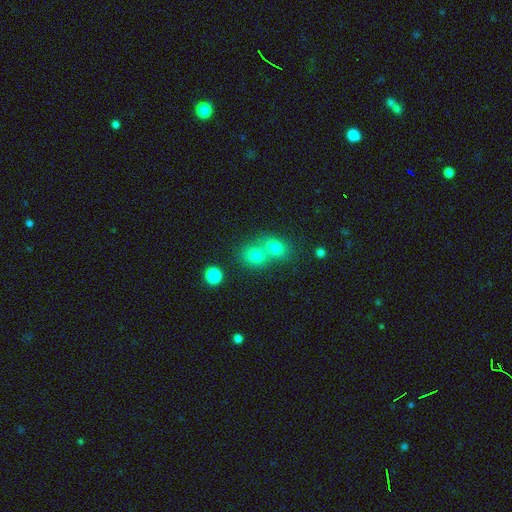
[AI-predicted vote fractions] Smooth or featured?
  - smooth: 77% *
  - star or artifact: 14%
  - featured or disk: 9%
How rounded?
  - round: 70% *
  - in between: 29%
  - cigar-shaped: 1%
Merging?
  - merger: 52% *
  - none: 39%
  - minor disturbance: 7%
  - major disturbance: 3%